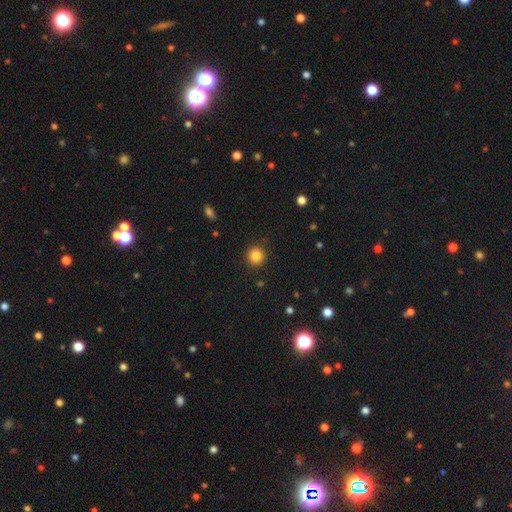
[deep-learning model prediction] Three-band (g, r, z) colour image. It shows a smooth galaxy with no disk features (85%) that is round (93%). Merging: none (90%).